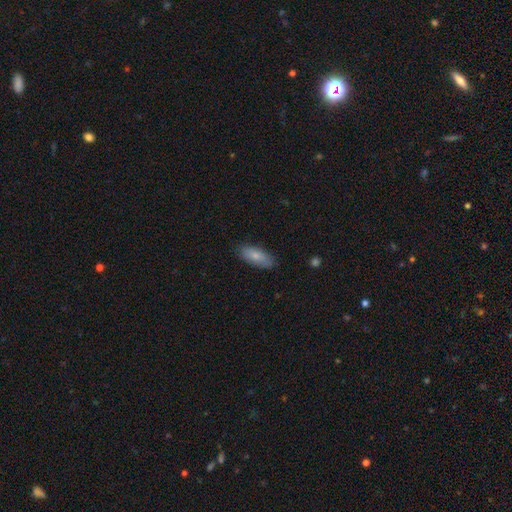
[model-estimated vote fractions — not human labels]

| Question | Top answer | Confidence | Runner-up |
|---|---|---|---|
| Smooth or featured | smooth | 79% | featured or disk (15%) |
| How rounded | in between | 79% | cigar-shaped (19%) |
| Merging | none | 83% | minor disturbance (13%) |